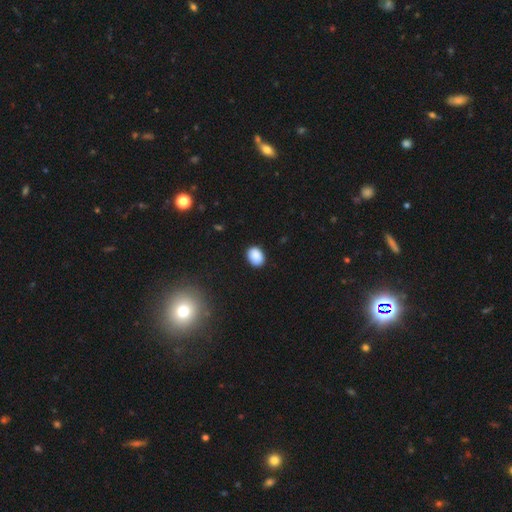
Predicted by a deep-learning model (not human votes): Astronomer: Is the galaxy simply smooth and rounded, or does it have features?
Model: smooth — 89%.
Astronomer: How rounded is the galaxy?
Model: in between — 68%.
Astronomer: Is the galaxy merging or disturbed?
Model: none — 88%.